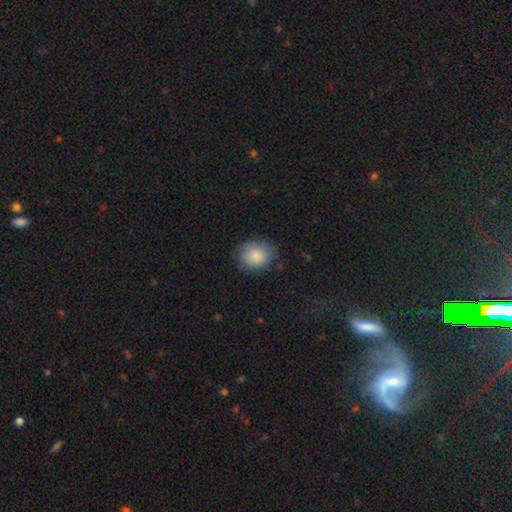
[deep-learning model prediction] smooth-or-featured: smooth: 86% | star or artifact: 7% | featured or disk: 6%
  how-rounded: round: 54% | in between: 45% | cigar-shaped: 1%
  merging: none: 77% | minor disturbance: 17% | major disturbance: 4% | merger: 1%